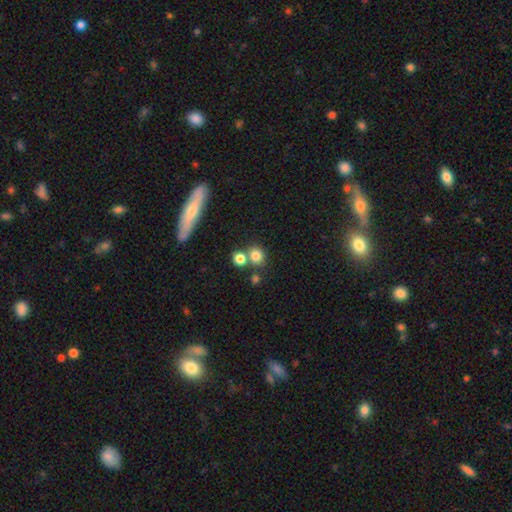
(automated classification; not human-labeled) Smooth or featured? Predicted: smooth (p=0.78). How rounded? Predicted: round (p=0.77). Merging? Predicted: none (p=0.59).